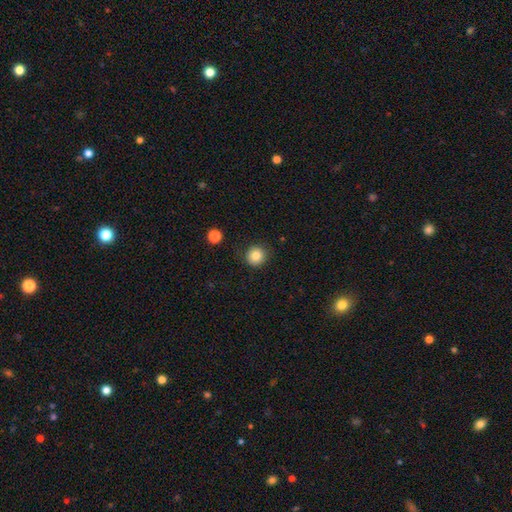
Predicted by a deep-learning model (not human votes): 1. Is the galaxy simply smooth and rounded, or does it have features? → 82% smooth, 11% star or artifact, 7% featured or disk.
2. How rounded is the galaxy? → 91% round, 8% in between, 1% cigar-shaped.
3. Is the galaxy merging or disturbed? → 85% none, 11% minor disturbance, 3% major disturbance, 2% merger.